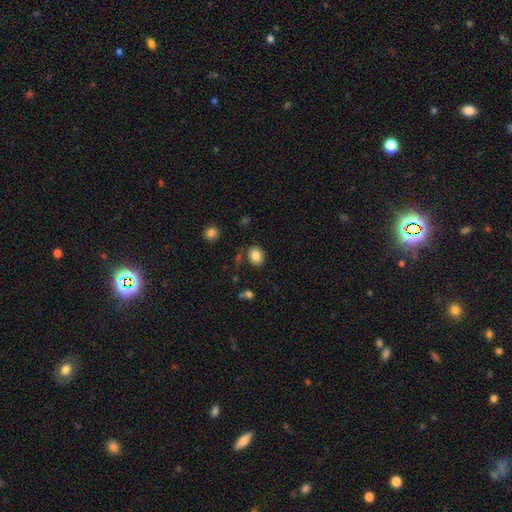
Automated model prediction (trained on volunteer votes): Morphology: type=smooth (84%); roundness=round (53%); merging=none (82%).